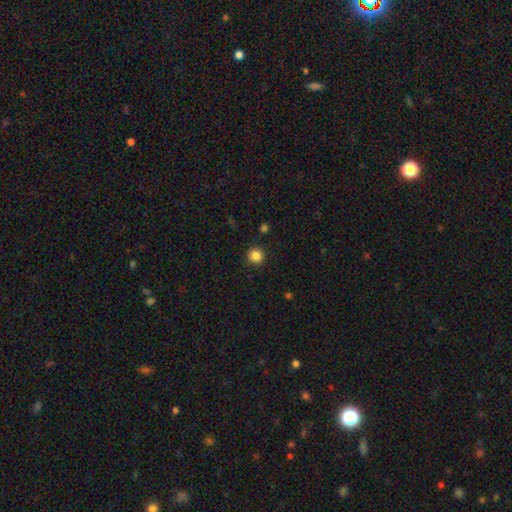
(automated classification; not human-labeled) smooth 85%, star or artifact 12%, featured or disk 3%. Down the decision tree: how rounded — round (95%); merging — none (91%).